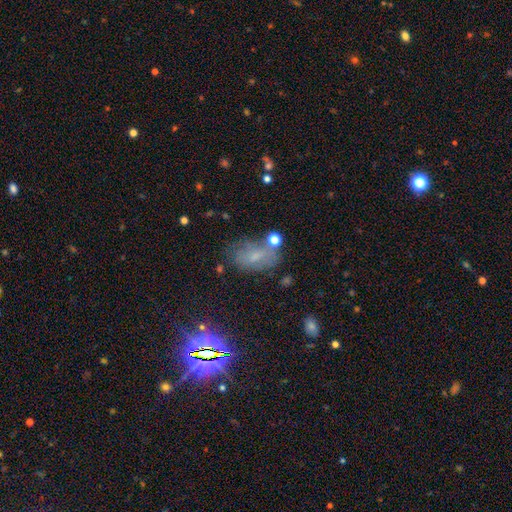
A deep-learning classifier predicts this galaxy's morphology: Smooth or featured: smooth — 48% (featured or disk — 27%)
Merging: none — 57% (minor disturbance — 23%)